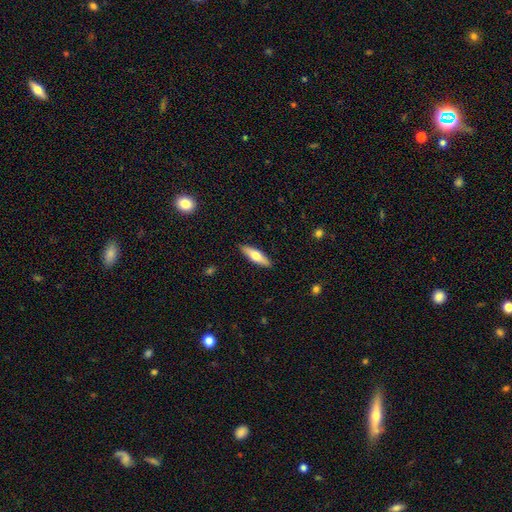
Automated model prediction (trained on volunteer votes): Overall: smooth (63%; featured or disk 31%). How rounded: cigar-shaped (59%; in between 39%). Merging: none (89%).